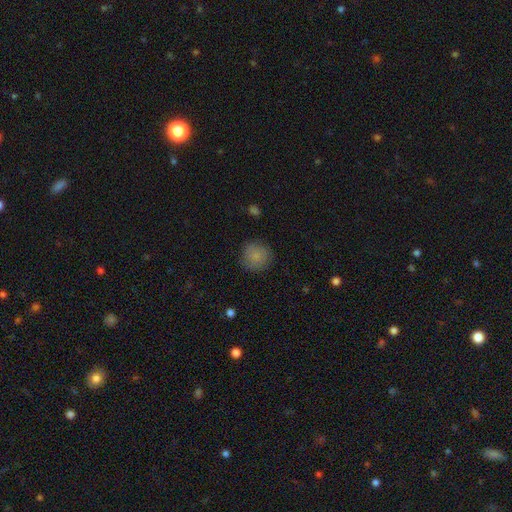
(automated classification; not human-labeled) A smooth galaxy with no disk features (83%) that is round (92%). Merging: none (83%).